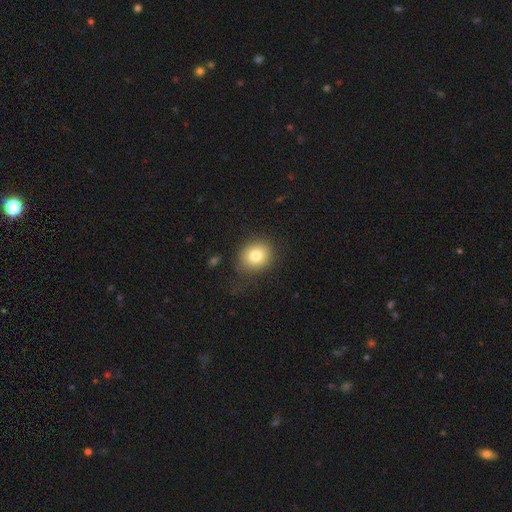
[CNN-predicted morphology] type=smooth (80%); roundness=round (74%); merging=none (80%).